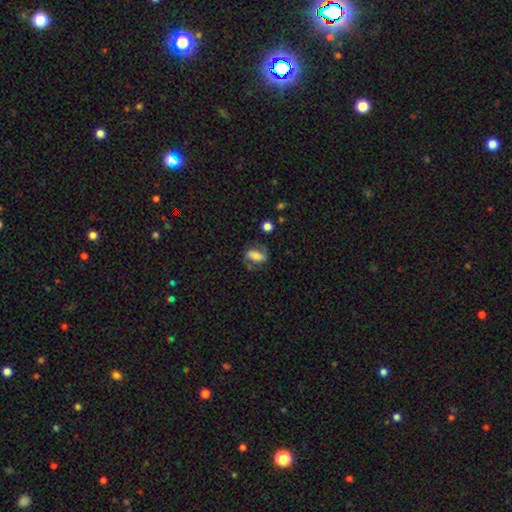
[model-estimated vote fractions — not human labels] smooth_or_featured: featured or disk (p=0.56) [alt: smooth p=0.35]
disk_edge_on: no (p=0.94) [alt: yes p=0.06]
bar: strong (p=0.46) [alt: weak p=0.29]
has_spiral_arms: yes (p=0.87) [alt: no p=0.13]
bulge_size: moderate (p=0.31) [alt: small p=0.27]
merging: none (p=0.64) [alt: minor disturbance p=0.20]